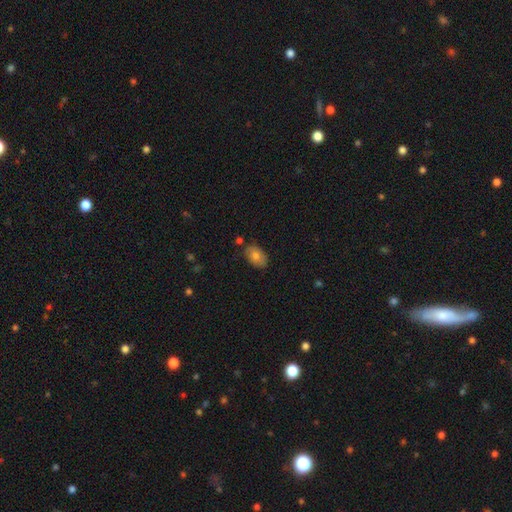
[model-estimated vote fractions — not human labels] The model was most divided on "merging": none: 74%, minor disturbance: 19%, merger: 4%, major disturbance: 3%. More confident: how rounded — in between (88%); smooth or featured — smooth (74%).